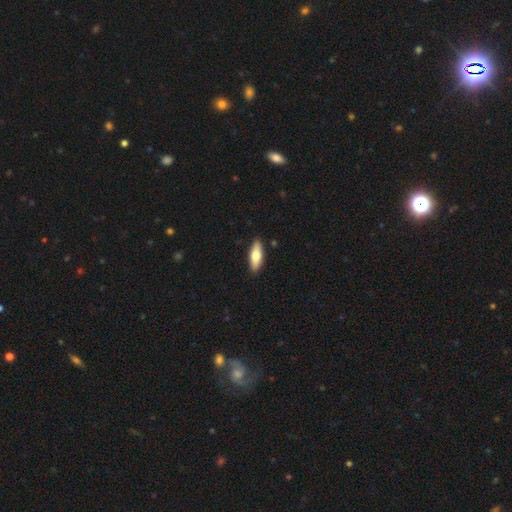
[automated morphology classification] type=smooth (69%); roundness=in between (64%); merging=none (89%).